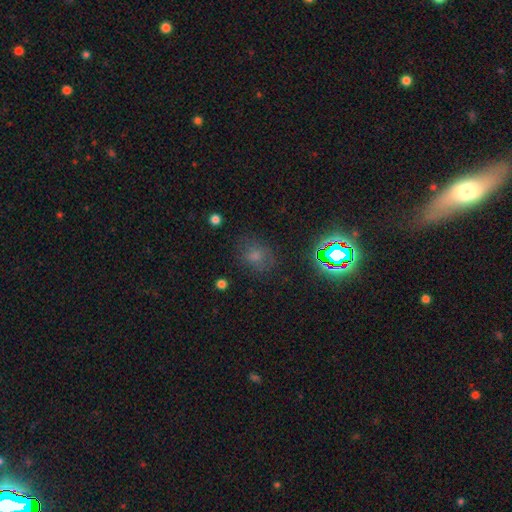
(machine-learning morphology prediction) smooth 58%, star or artifact 31%, featured or disk 11%. Down the decision tree: how rounded — round (62%); merging — none (73%).